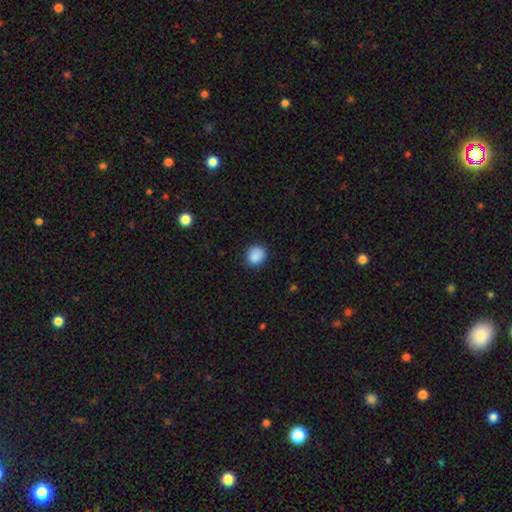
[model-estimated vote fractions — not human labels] smooth 89%, star or artifact 9%, featured or disk 3%. Down the decision tree: how rounded — round (73%); merging — none (85%).